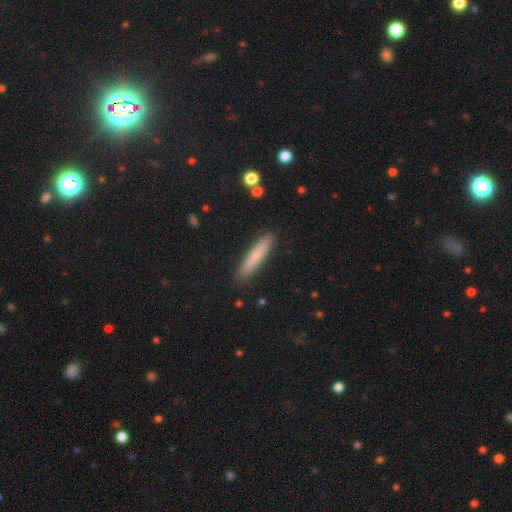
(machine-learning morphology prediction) Overall: smooth (73%). How rounded: cigar-shaped (89%). Merging: none (89%).